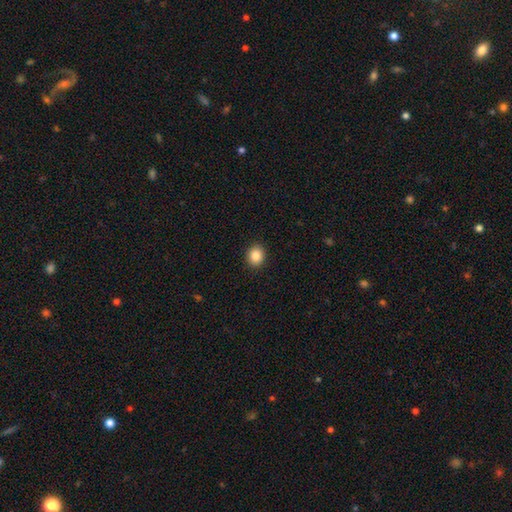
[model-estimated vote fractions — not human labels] The model was most divided on "how rounded": round: 71%, in between: 28%, cigar-shaped: 1%. More confident: merging — none (91%); smooth or featured — smooth (86%).